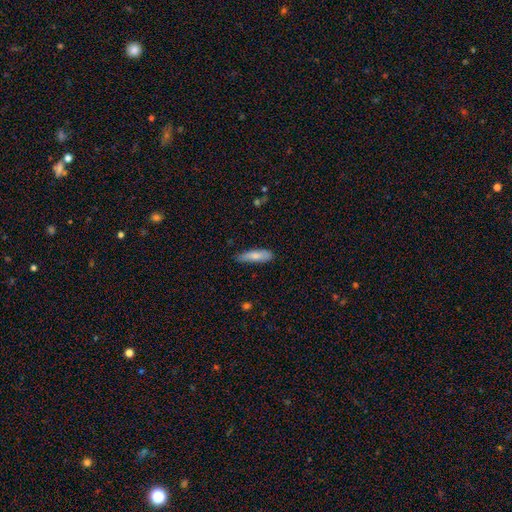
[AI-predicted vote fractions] This appears to be a smooth galaxy with no disk features (77%) that is cigar-shaped (61%). Merging: none (76%).